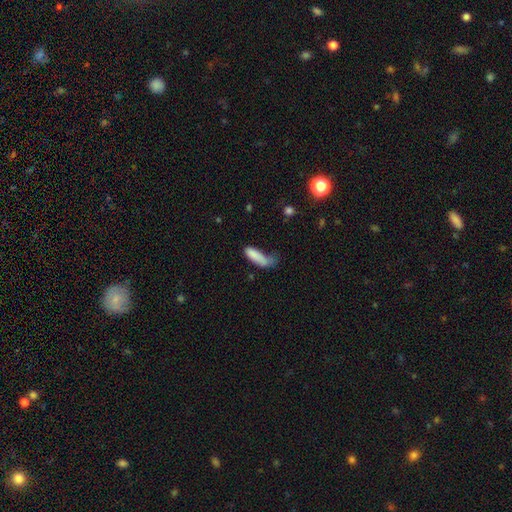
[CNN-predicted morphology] The model was most divided on "merging" (3-way tie): major disturbance: 30%, minor disturbance: 30%, none: 30%, merger: 9%. More confident: smooth or featured — smooth (82%); how rounded — cigar-shaped (51%).